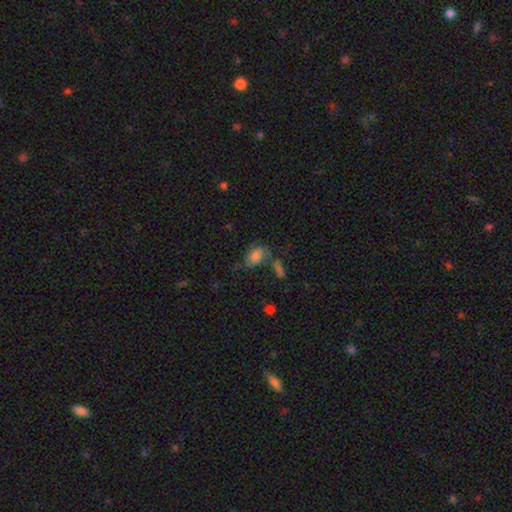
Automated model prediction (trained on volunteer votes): Smooth or featured? Predicted: smooth (p=0.77). How rounded? Predicted: in between (p=0.86). Merging? Predicted: none (p=0.46).